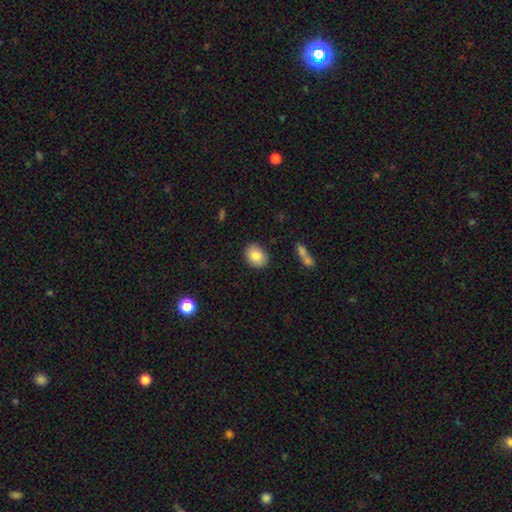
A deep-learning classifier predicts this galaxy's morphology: This is clearly a smooth galaxy (83%). How rounded: likely in between (65%). Merging: clearly none (87%).